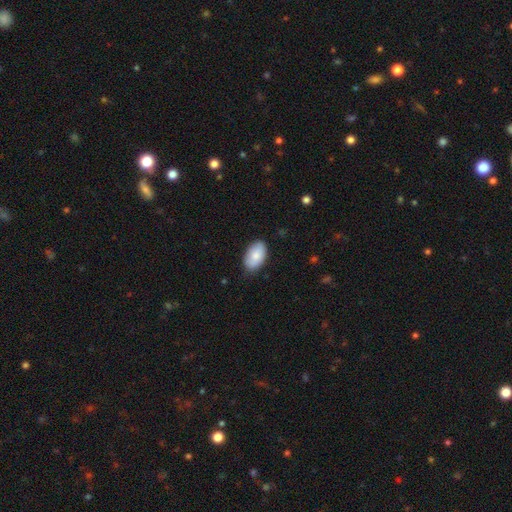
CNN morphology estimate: smooth_or_featured: smooth (p=0.84) [alt: featured or disk p=0.10]
how_rounded: in between (p=0.94) [alt: round p=0.05]
merging: none (p=0.83) [alt: minor disturbance p=0.14]